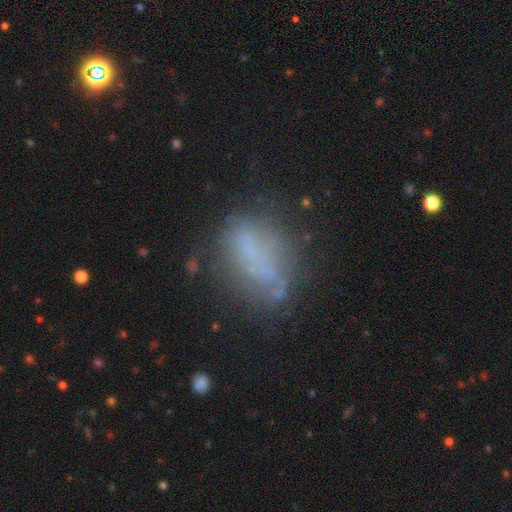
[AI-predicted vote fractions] Morphology: type=smooth (47%); merging=none (50%).